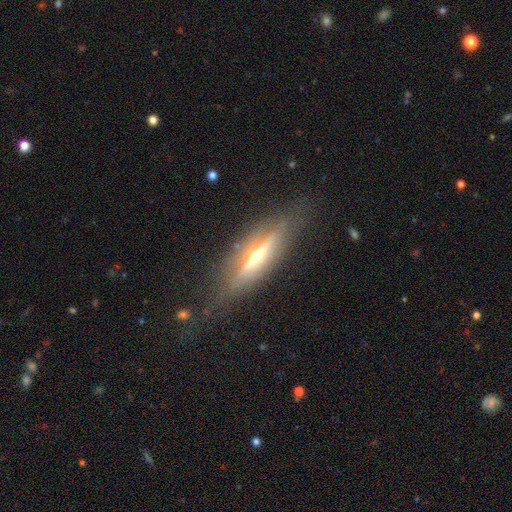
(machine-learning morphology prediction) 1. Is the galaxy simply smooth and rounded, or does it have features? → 71% featured or disk, 22% smooth, 7% star or artifact.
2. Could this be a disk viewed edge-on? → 91% yes, 9% no.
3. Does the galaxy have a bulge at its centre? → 86% rounded, 8% none, 6% boxy.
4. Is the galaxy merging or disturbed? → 76% none, 16% minor disturbance, 7% major disturbance, 2% merger.